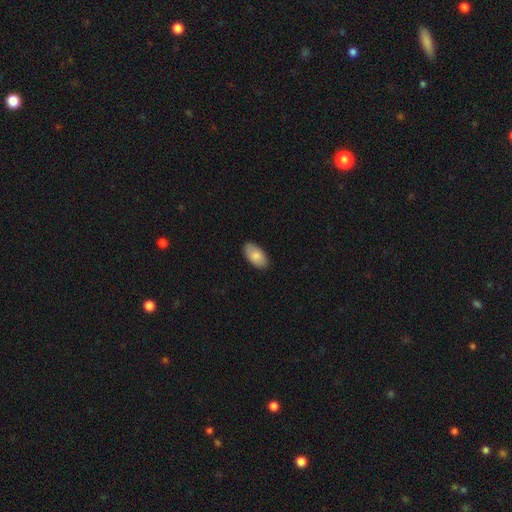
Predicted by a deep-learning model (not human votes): Morphology: type=smooth (86%); roundness=in between (95%); merging=none (87%).